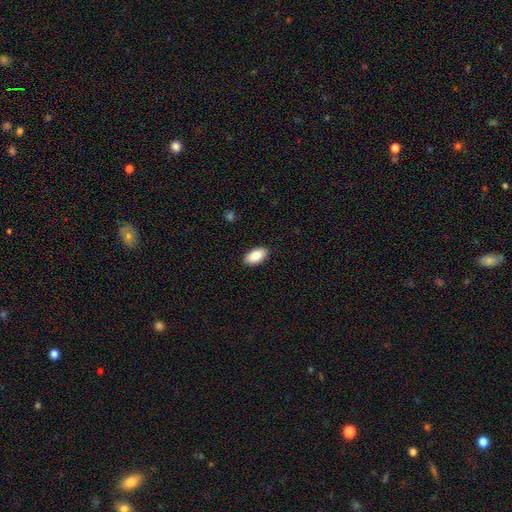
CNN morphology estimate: Smooth or featured? smooth (89%)
How rounded? in between (95%)
Merging? none (89%)